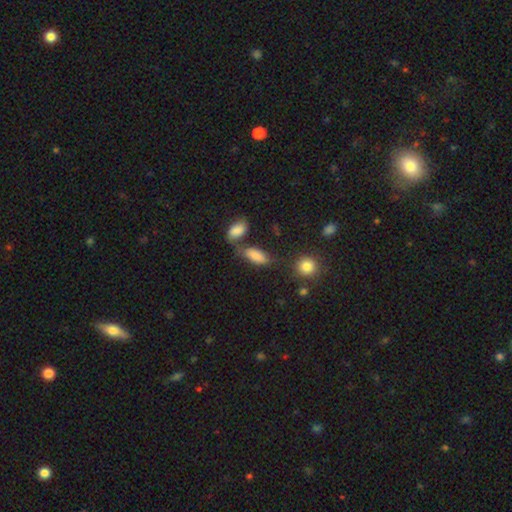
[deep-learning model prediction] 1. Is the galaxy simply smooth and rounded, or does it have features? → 82% smooth, 9% featured or disk, 9% star or artifact.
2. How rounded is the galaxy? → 83% in between, 13% cigar-shaped, 4% round.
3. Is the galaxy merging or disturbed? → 48% none, 25% merger, 20% minor disturbance, 8% major disturbance.